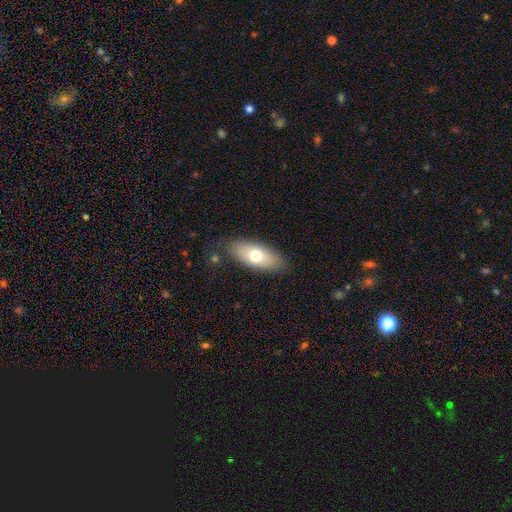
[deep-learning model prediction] A smooth galaxy with no disk features (69%) that is in between round and cigar-shaped (81%).

Vote fractions:
- Smooth or featured? smooth: 69% / featured or disk: 24% / star or artifact: 7%
- How rounded? in between: 81% / cigar-shaped: 15% / round: 3%
- Merging? none: 84% / minor disturbance: 11% / major disturbance: 3% / merger: 2%